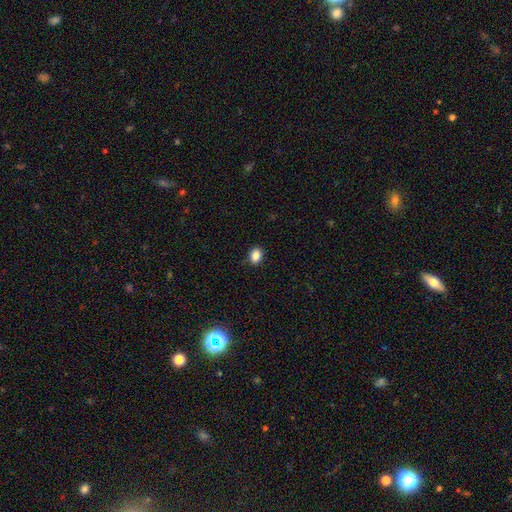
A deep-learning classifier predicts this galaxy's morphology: The model was most divided on "how rounded": in between: 64%, round: 35%, cigar-shaped: 1%. More confident: merging — none (88%); smooth or featured — smooth (87%).